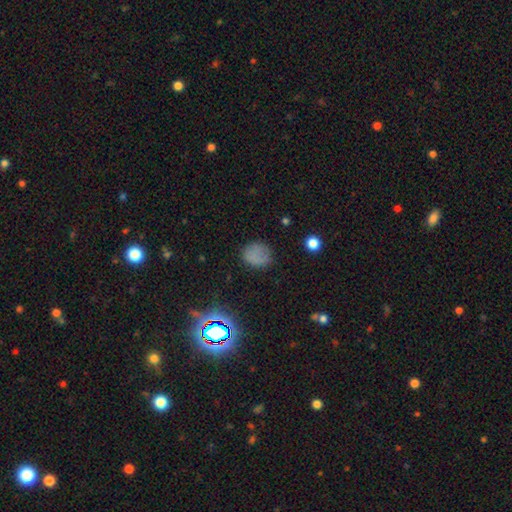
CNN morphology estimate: This is likely a smooth galaxy (73%). How rounded: likely round (75%). Merging: likely none (73%).